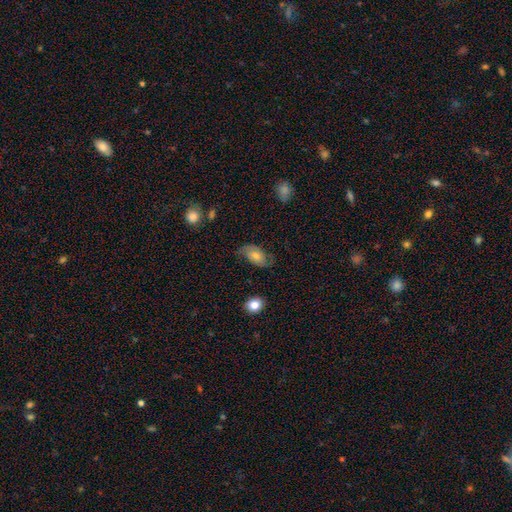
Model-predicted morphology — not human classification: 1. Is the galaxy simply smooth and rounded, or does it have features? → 52% smooth, 40% featured or disk, 8% star or artifact.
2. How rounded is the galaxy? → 90% in between, 8% round, 2% cigar-shaped.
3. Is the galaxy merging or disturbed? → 64% none, 25% minor disturbance, 10% major disturbance, 2% merger.